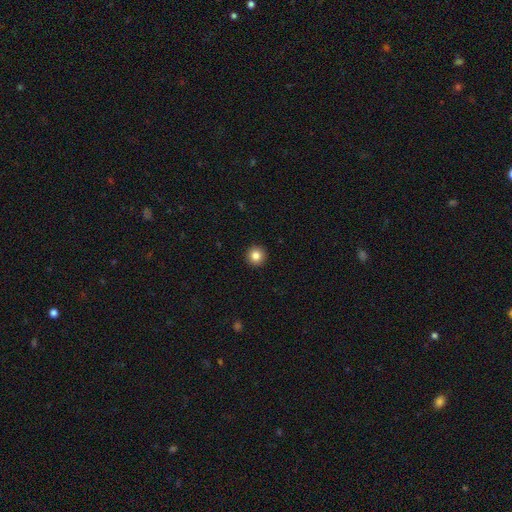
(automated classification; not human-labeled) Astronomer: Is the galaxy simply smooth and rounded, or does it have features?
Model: smooth — 85%.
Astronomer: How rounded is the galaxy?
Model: round — 95%.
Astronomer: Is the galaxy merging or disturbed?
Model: none — 94%.